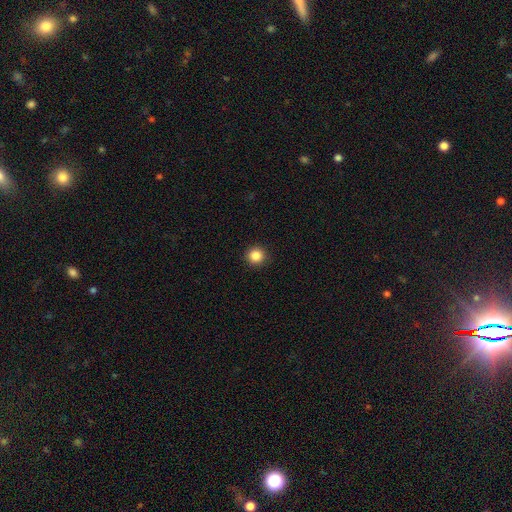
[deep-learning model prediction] Overall: smooth (86%). How rounded: round (95%). Merging: none (93%).